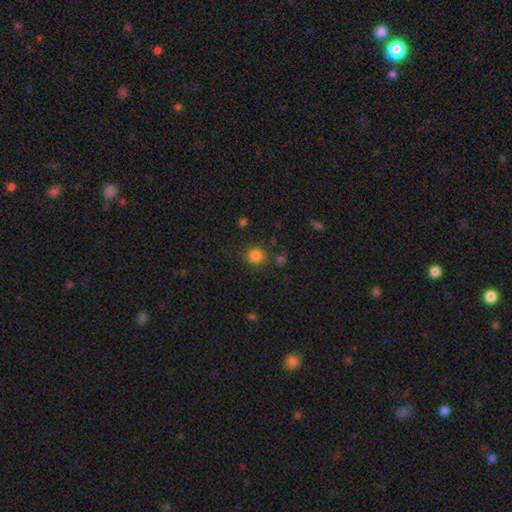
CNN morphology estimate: A smooth galaxy with no disk features (82%) that is round (88%).

Vote fractions:
- Smooth or featured? smooth: 82% / star or artifact: 13% / featured or disk: 5%
- How rounded? round: 88% / in between: 11% / cigar-shaped: 1%
- Merging? none: 81% / minor disturbance: 10% / merger: 6% / major disturbance: 4%